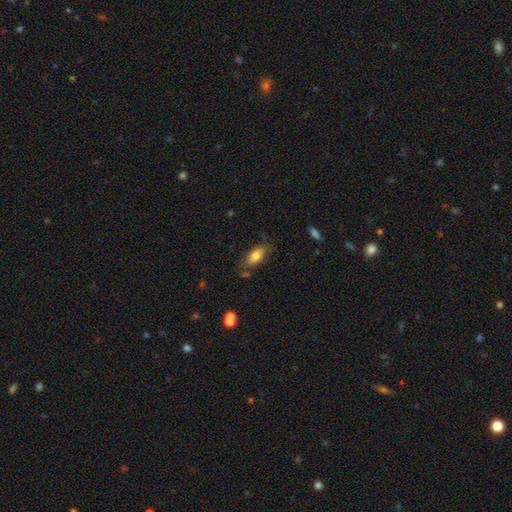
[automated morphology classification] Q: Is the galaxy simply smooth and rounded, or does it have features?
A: smooth — 77%.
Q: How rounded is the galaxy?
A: in between — 84%.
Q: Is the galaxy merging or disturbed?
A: none — 71%.